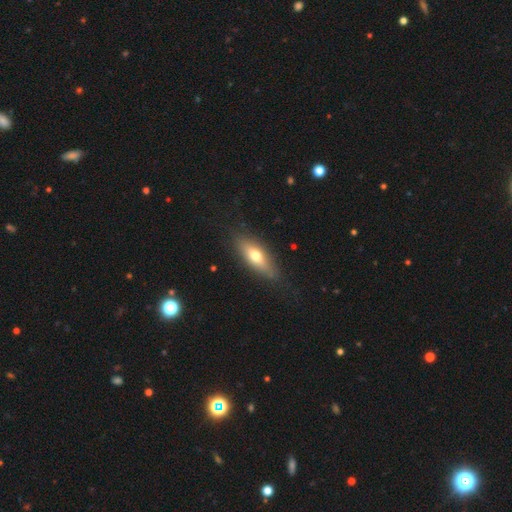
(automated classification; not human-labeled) Smooth or featured? smooth (63%)
How rounded? in between (64%)
Merging? none (82%)